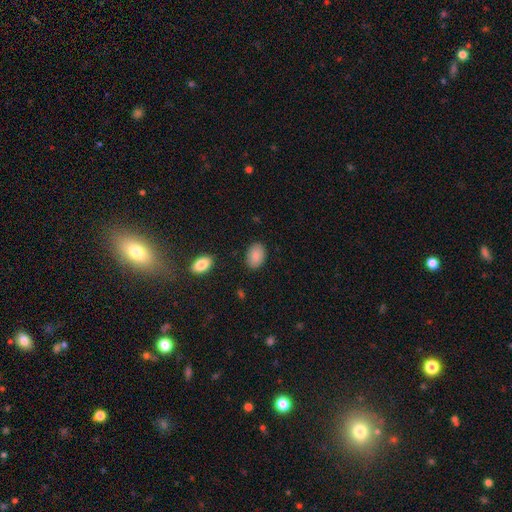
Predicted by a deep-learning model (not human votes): Smooth or featured? smooth (88%)
How rounded? in between (85%)
Merging? none (86%)